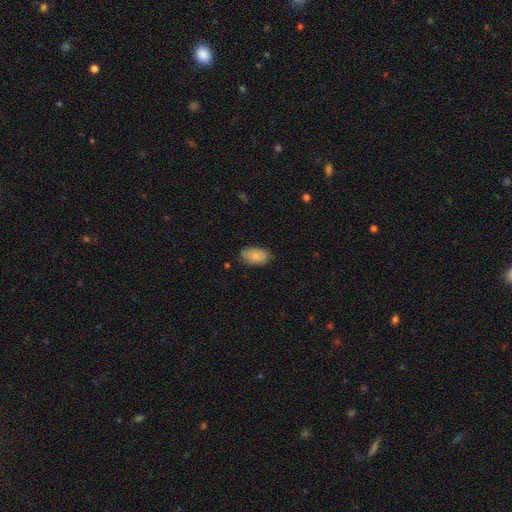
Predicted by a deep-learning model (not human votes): This is clearly a smooth galaxy (81%). How rounded: clearly in between (92%). Merging: likely none (73%).